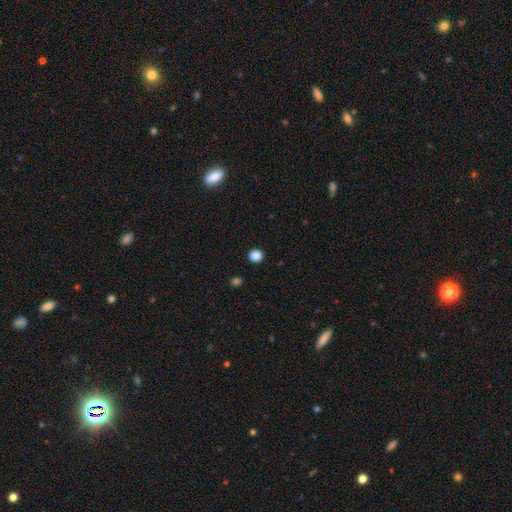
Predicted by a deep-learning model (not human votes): smooth_or_featured: smooth (p=0.86) [alt: star or artifact p=0.12]
how_rounded: round (p=0.89) [alt: in between p=0.10]
merging: none (p=0.92) [alt: minor disturbance p=0.05]